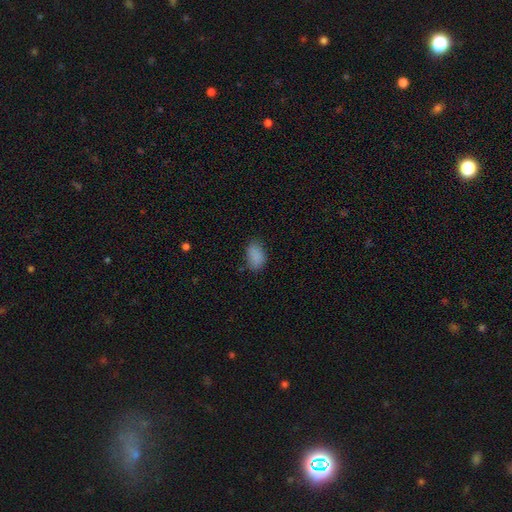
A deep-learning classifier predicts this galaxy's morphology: Q: Smooth or featured?
A: smooth (86%); runner-up: star or artifact (9%)
Q: How rounded?
A: in between (90%); runner-up: round (8%)
Q: Merging?
A: none (74%); runner-up: minor disturbance (20%)